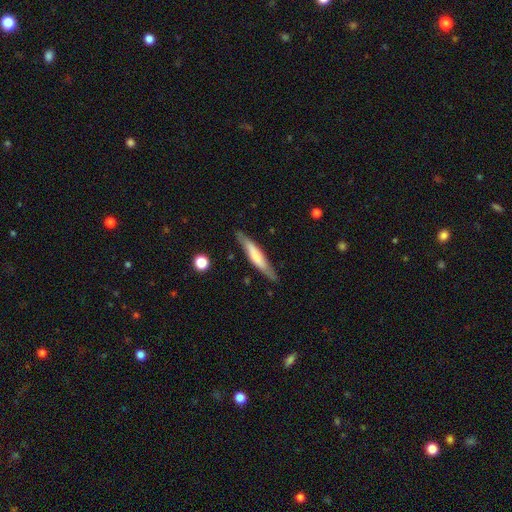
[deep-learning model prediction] Overall: smooth (55%; featured or disk 40%). How rounded: cigar-shaped (89%). Merging: none (81%).